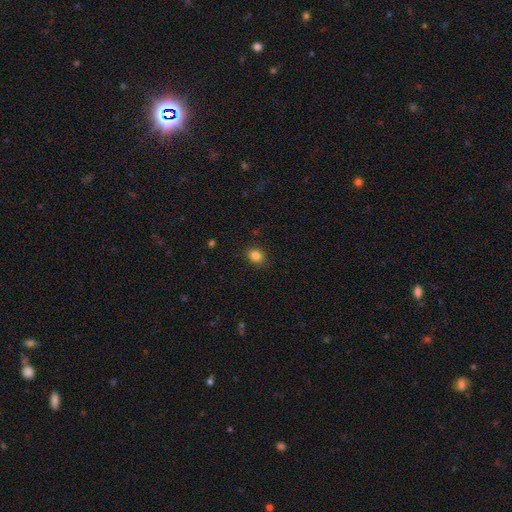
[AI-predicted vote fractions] This appears to be a smooth galaxy with no disk features (85%) that is round (53%). Merging: none (87%).